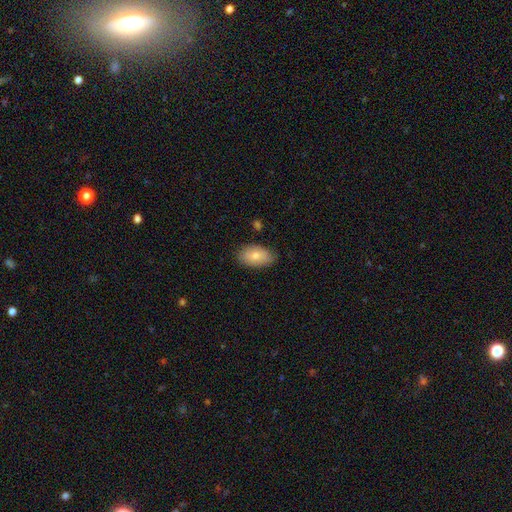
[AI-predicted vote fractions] Smooth or featured: smooth — 79% (featured or disk — 14%)
How rounded: in between — 93% (round — 6%)
Merging: none — 79% (minor disturbance — 16%)